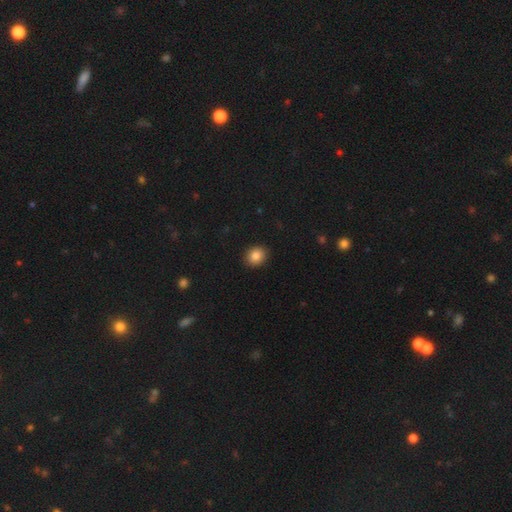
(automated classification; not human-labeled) Morphology: type=smooth (86%); roundness=round (68%); merging=none (91%).